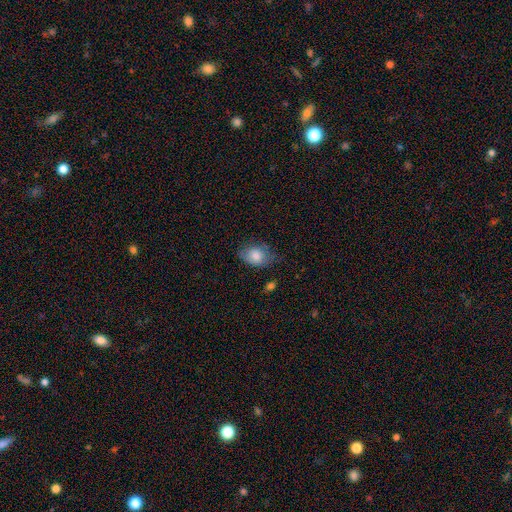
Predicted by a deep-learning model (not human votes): Smooth or featured?
  - smooth: 78% *
  - featured or disk: 14%
  - star or artifact: 8%
How rounded?
  - in between: 77% *
  - round: 22%
  - cigar-shaped: 1%
Merging?
  - none: 57% *
  - minor disturbance: 30%
  - major disturbance: 10%
  - merger: 2%